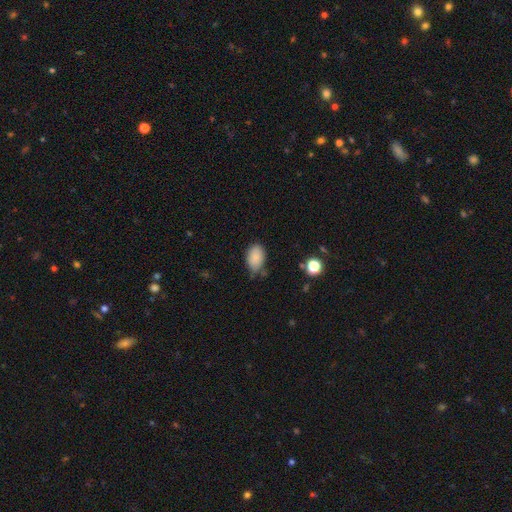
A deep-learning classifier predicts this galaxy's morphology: Smooth or featured? smooth (85%)
How rounded? in between (87%)
Merging? none (61%)